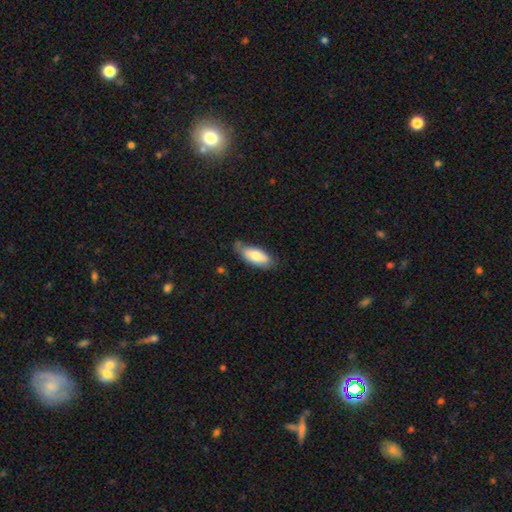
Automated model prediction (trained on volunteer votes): smooth-or-featured: smooth: 74% | featured or disk: 20% | star or artifact: 6%
  how-rounded: in between: 83% | cigar-shaped: 15% | round: 2%
  merging: none: 58% | minor disturbance: 32% | major disturbance: 7% | merger: 3%